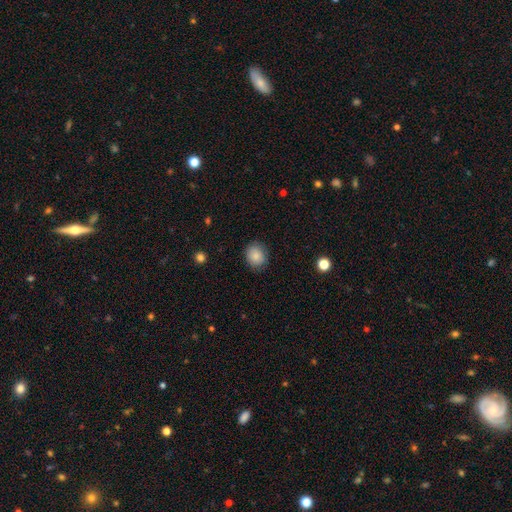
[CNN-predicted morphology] This is clearly a smooth galaxy (86%). How rounded: likely round (63%). Merging: clearly none (84%).